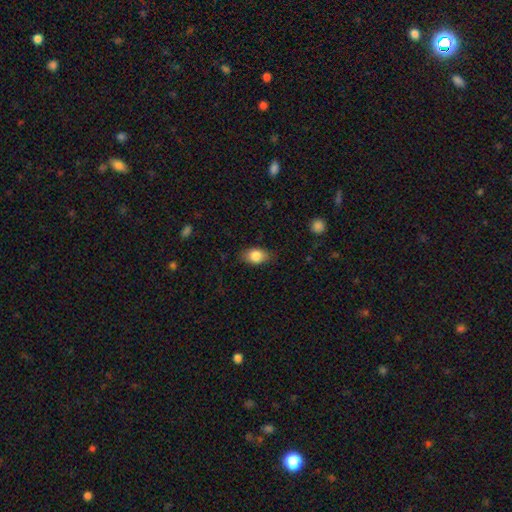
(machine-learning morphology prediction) Smooth or featured? smooth (84%)
How rounded? in between (84%)
Merging? none (80%)